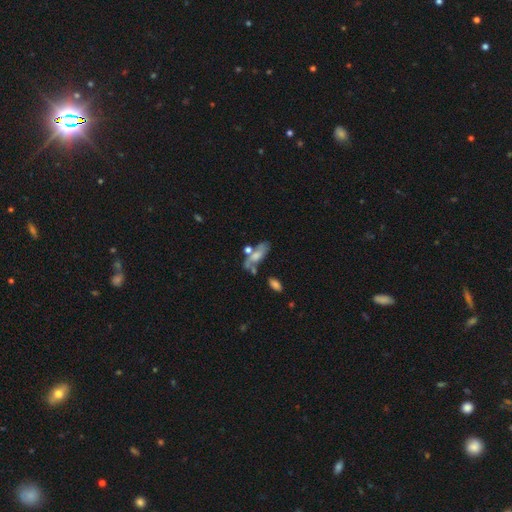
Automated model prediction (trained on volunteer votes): The model was most divided on "smooth or featured": smooth: 47%, featured or disk: 44%, star or artifact: 10%. Remaining: merging — none (39%).